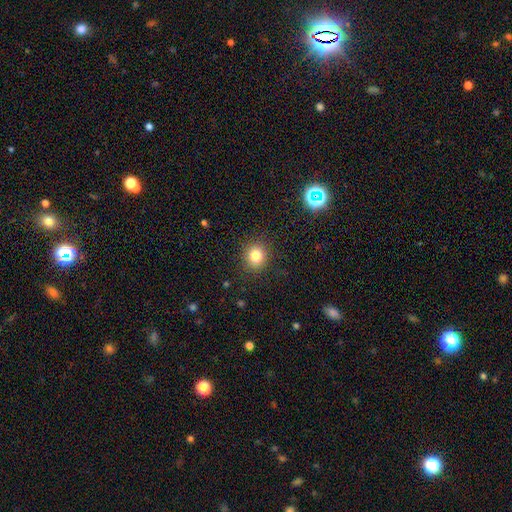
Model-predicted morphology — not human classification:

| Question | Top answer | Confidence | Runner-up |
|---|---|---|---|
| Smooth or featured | smooth | 81% | star or artifact (13%) |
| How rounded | round | 83% | in between (16%) |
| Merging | none | 89% | minor disturbance (7%) |